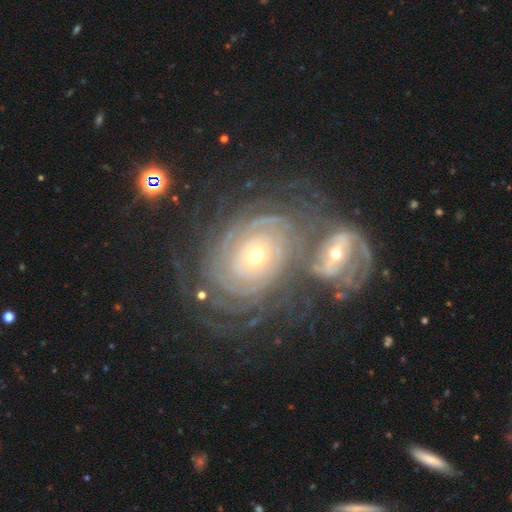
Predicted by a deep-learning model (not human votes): Smooth or featured? Predicted: featured or disk (p=0.89). Edge-on disk? Predicted: no (p=0.96). Bar? Predicted: no (p=0.69). Spiral arms? Predicted: yes (p=0.97). Spiral winding? Predicted: tight (p=0.86). Spiral arm count? Predicted: can't tell (p=0.31). Bulge size? Predicted: moderate (p=0.49). Merging? Predicted: merger (p=0.44).